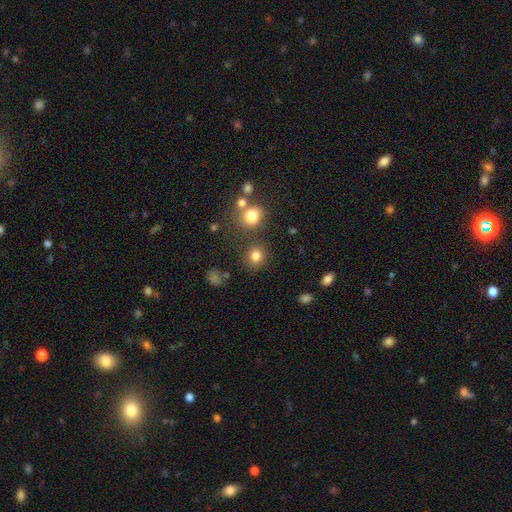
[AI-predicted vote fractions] Smooth or featured?
  - smooth: 80% *
  - star or artifact: 14%
  - featured or disk: 6%
How rounded?
  - round: 85% *
  - in between: 14%
  - cigar-shaped: 1%
Merging?
  - none: 80% *
  - merger: 8%
  - minor disturbance: 8%
  - major disturbance: 4%